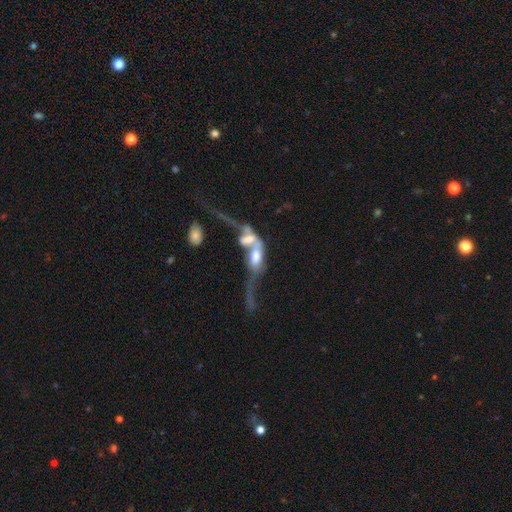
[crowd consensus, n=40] This appears to be a featured or disk galaxy (60%) with no bar (70%), no spiral arms (70%) and a large central bulge (39%). Merging: merger (84%).